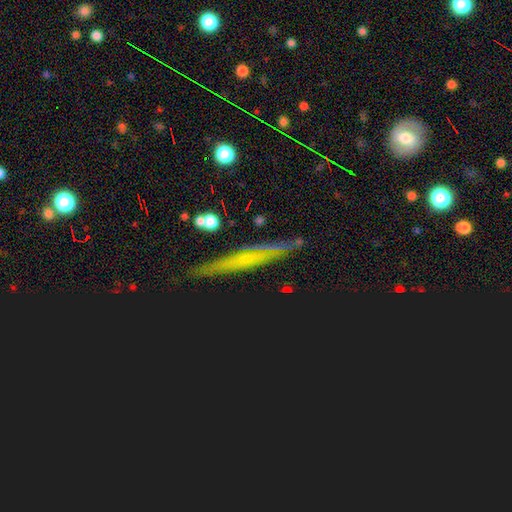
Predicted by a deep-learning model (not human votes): Smooth or featured? Predicted: featured or disk (p=0.43). Merging? Predicted: none (p=0.85).